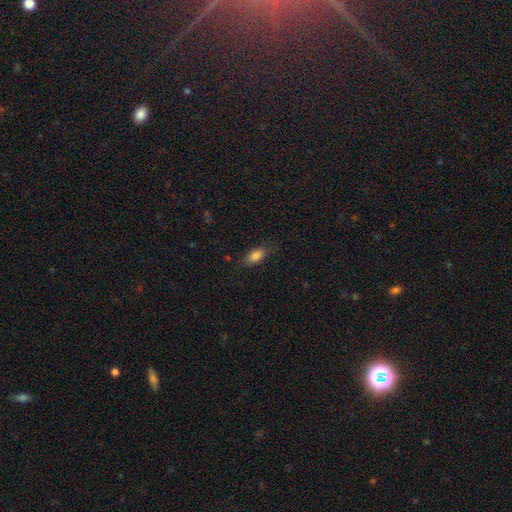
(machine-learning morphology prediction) A smooth galaxy with no disk features (82%) that is in between round and cigar-shaped (85%).

Vote fractions:
- Smooth or featured? smooth: 82% / featured or disk: 10% / star or artifact: 9%
- How rounded? in between: 85% / cigar-shaped: 9% / round: 6%
- Merging? none: 77% / minor disturbance: 17% / major disturbance: 5% / merger: 1%